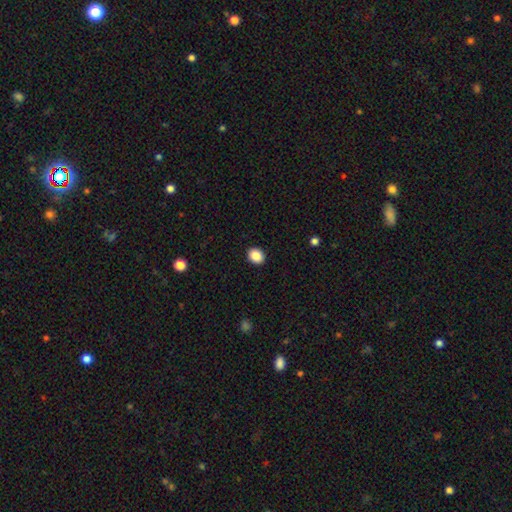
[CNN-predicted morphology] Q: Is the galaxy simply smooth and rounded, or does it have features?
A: smooth — 88%.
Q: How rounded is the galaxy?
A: round — 58%.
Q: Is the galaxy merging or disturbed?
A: none — 92%.